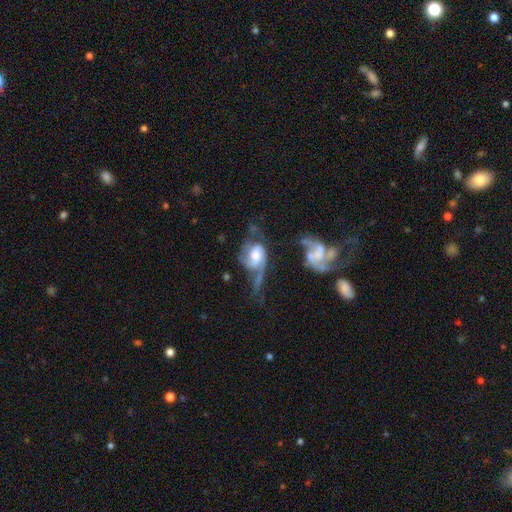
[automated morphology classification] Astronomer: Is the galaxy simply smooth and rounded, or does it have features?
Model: featured or disk — 71%.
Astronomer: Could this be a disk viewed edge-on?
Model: no — 96%.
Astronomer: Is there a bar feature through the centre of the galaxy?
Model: no — 59%.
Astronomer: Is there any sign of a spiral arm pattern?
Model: yes — 85%.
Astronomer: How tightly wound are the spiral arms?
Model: loose — 40% (runner-up: medium, 39%).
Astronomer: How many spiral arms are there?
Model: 2 — 59%.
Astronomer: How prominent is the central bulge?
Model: large — 39% (runner-up: moderate, 36%).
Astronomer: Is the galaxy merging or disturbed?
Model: major disturbance — 43% (runner-up: none, 22%).